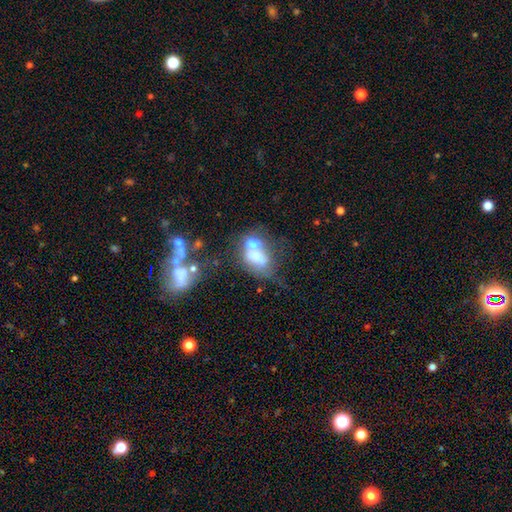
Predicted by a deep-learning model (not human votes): A smooth galaxy with no disk features (47%). Merging: merger (60%).